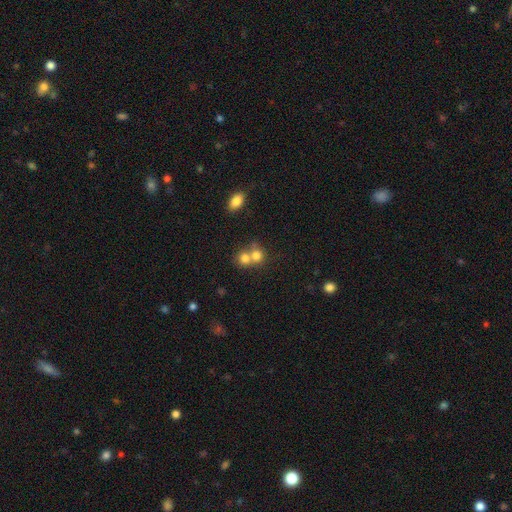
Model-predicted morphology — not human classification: Smooth or featured? Predicted: smooth (p=0.76). How rounded? Predicted: round (p=0.79). Merging? Predicted: merger (p=0.58).